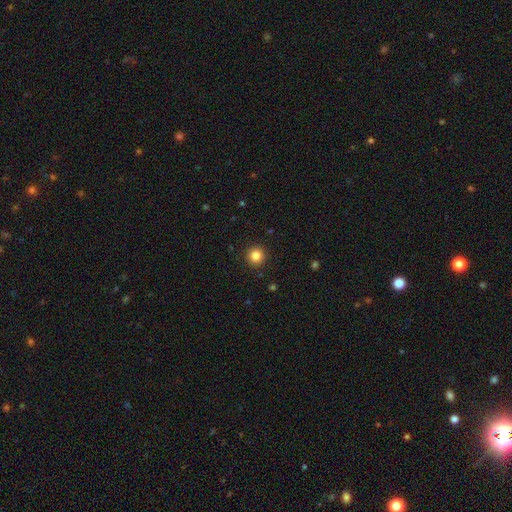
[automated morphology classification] A smooth galaxy with no disk features (85%) that is round (95%). Merging: none (92%).